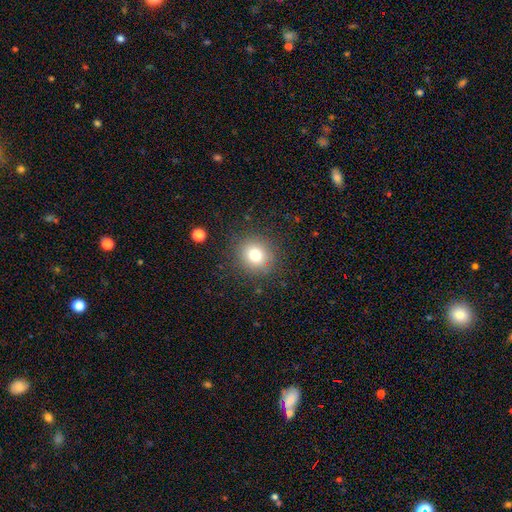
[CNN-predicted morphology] type=smooth (73%); roundness=round (90%); merging=none (91%).